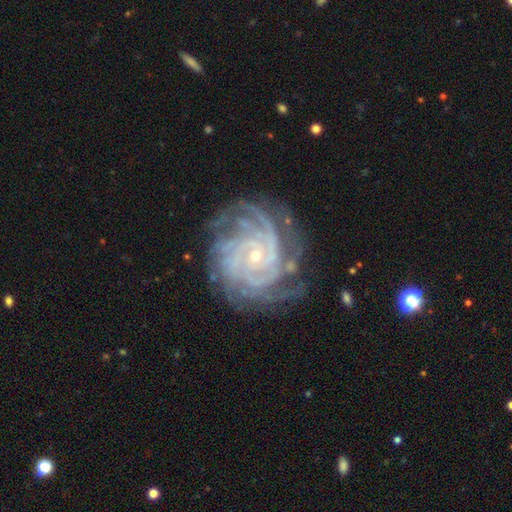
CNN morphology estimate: The model was most divided on "spiral arm count": 4: 32%, more than 4: 22%, 3: 15%, can't tell: 14%, 2: 9%, 1: 7%. More confident: spiral arms — yes (98%); edge-on disk — no (98%); smooth or featured — featured or disk (91%); bulge size — small (84%); spiral winding — tight (77%); merging — none (74%); bar — no (71%).